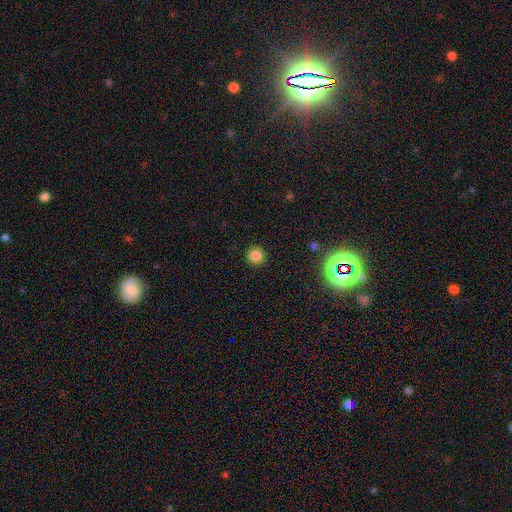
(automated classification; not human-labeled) A smooth galaxy with no disk features (83%) that is round (95%).

Vote fractions:
- Smooth or featured? smooth: 83% / star or artifact: 13% / featured or disk: 4%
- How rounded? round: 95% / in between: 4% / cigar-shaped: 1%
- Merging? none: 92% / minor disturbance: 5% / major disturbance: 2% / merger: 1%